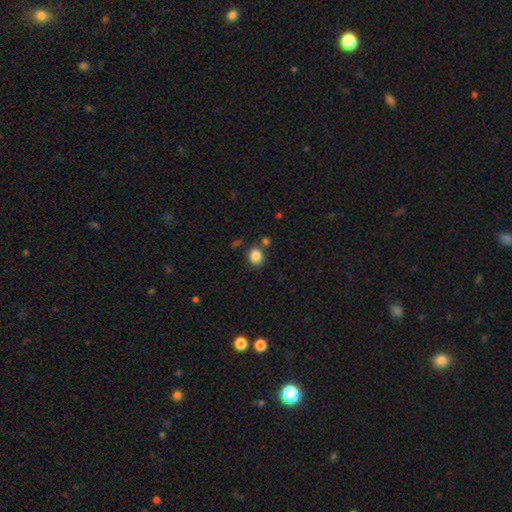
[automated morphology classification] A smooth galaxy with no disk features (85%) that is round (66%).

Vote fractions:
- Smooth or featured? smooth: 85% / star or artifact: 10% / featured or disk: 5%
- How rounded? round: 66% / in between: 33% / cigar-shaped: 1%
- Merging? none: 76% / minor disturbance: 11% / merger: 10% / major disturbance: 3%